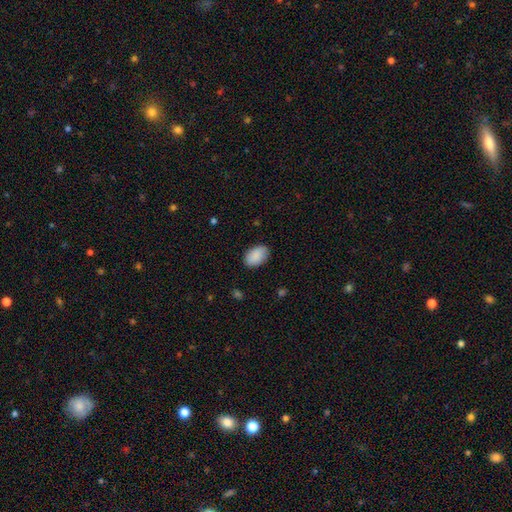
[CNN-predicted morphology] A smooth galaxy with no disk features (90%) that is in between round and cigar-shaped (91%).

Vote fractions:
- Smooth or featured? smooth: 90% / star or artifact: 6% / featured or disk: 4%
- How rounded? in between: 91% / round: 8% / cigar-shaped: 1%
- Merging? none: 86% / minor disturbance: 11% / major disturbance: 2% / merger: 1%